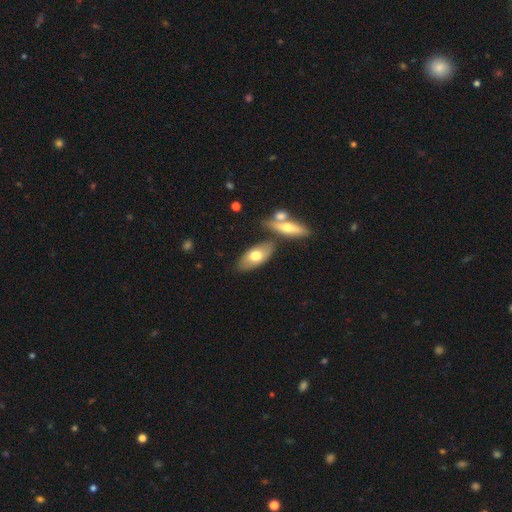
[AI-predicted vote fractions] smooth-or-featured: smooth: 65% | featured or disk: 29% | star or artifact: 6%
  how-rounded: in between: 89% | cigar-shaped: 8% | round: 3%
  merging: none: 70% | merger: 14% | minor disturbance: 13% | major disturbance: 3%